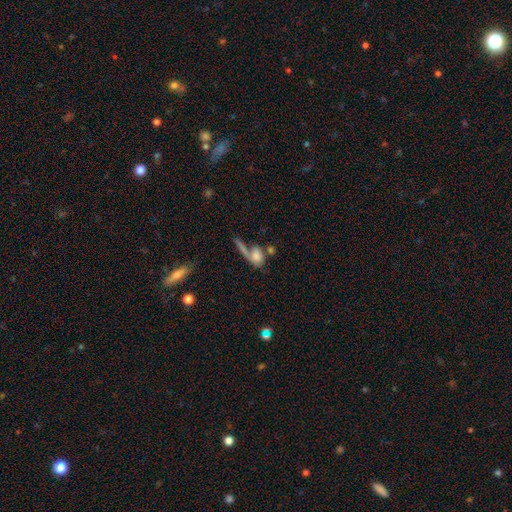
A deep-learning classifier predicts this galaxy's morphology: Smooth or featured? smooth (67%)
How rounded? in between (54%)
Merging? merger (37%)